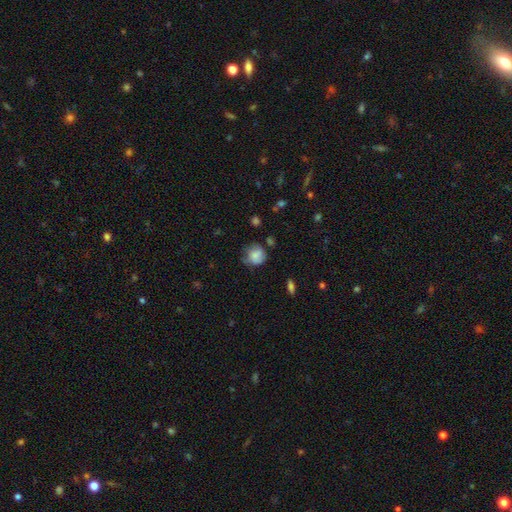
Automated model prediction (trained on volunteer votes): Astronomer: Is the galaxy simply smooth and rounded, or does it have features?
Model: smooth — 77%.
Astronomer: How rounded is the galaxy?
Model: round — 81%.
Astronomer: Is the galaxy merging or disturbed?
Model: none — 57%.